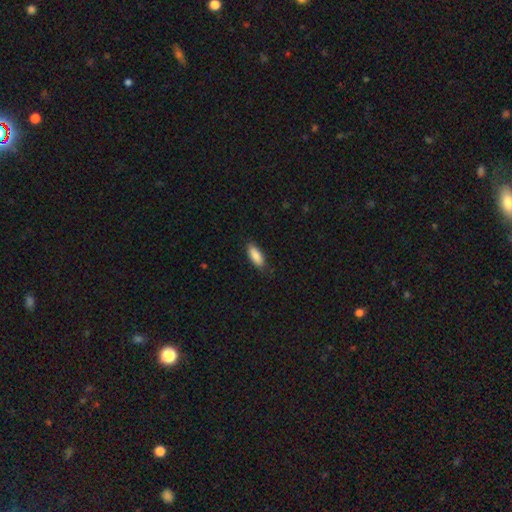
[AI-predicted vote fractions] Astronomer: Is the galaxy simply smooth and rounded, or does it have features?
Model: smooth — 88%.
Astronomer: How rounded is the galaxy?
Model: in between — 77%.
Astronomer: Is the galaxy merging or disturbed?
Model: none — 82%.